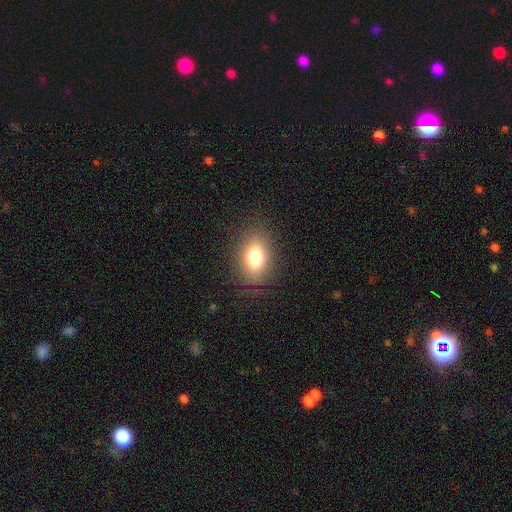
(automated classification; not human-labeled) smooth-or-featured: smooth: 79% | featured or disk: 11% | star or artifact: 10%
  how-rounded: in between: 84% | round: 14% | cigar-shaped: 3%
  merging: none: 86% | minor disturbance: 10% | major disturbance: 3% | merger: 1%